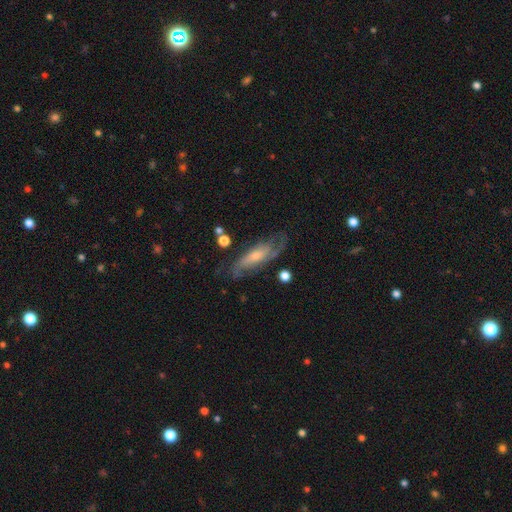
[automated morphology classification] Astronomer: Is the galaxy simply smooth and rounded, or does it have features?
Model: featured or disk — 78%.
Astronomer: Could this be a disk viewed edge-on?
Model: no — 84%.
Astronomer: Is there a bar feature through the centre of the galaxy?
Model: no — 56% (runner-up: weak, 34%).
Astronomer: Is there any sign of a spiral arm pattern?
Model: yes — 93%.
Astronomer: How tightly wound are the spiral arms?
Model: medium — 45% (runner-up: tight, 36%).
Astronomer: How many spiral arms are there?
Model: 2 — 63%.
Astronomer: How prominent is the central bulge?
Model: small — 44% (runner-up: moderate, 40%).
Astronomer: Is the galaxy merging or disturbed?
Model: none — 71%.